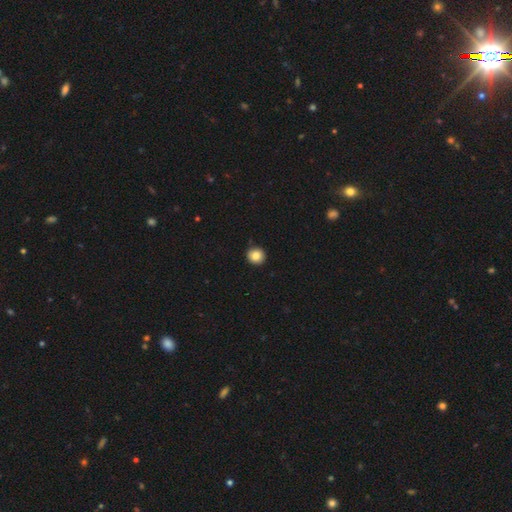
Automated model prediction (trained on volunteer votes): Q: Smooth or featured?
A: smooth (85%); runner-up: star or artifact (10%)
Q: How rounded?
A: round (92%); runner-up: in between (7%)
Q: Merging?
A: none (92%); runner-up: minor disturbance (6%)